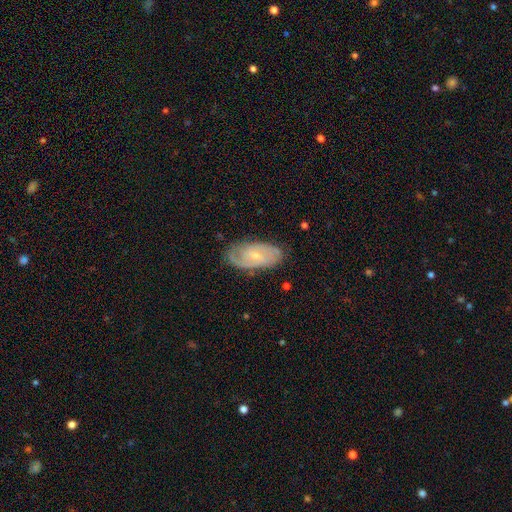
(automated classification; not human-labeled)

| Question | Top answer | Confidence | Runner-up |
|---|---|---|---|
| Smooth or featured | featured or disk | 76% | smooth (18%) |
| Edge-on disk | no | 95% | yes (5%) |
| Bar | no | 50% | weak (41%) |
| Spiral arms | yes | 92% | no (8%) |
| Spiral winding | tight | 51% | medium (38%) |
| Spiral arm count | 2 | 60% | can't tell (23%) |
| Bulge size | small | 73% | moderate (23%) |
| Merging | none | 77% | minor disturbance (17%) |